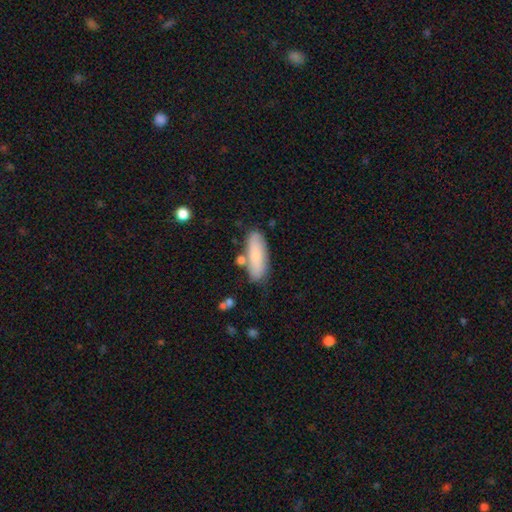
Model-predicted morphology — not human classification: type=smooth (77%); roundness=in between (62%); merging=none (72%).